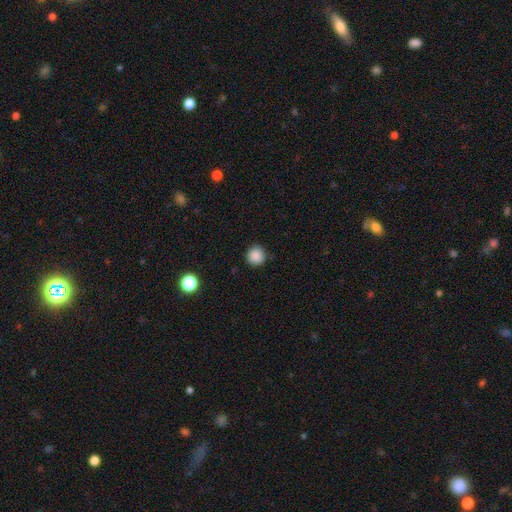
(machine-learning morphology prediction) type=smooth (87%); roundness=round (94%); merging=none (87%).